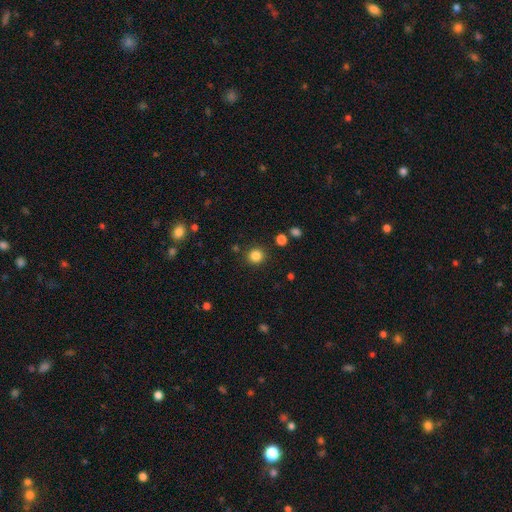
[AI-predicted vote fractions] This is clearly a smooth galaxy (84%). How rounded: clearly round (91%). Merging: clearly none (89%).